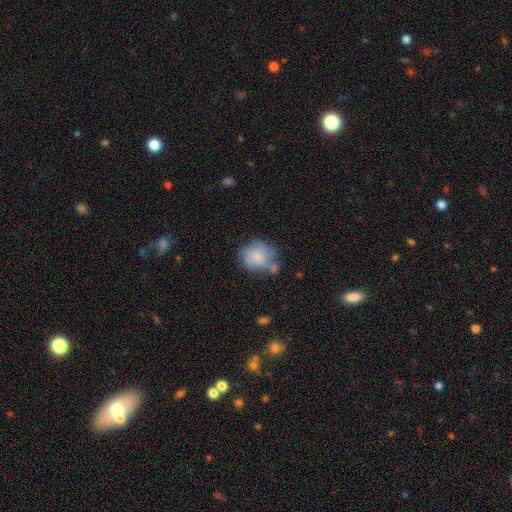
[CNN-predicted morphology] This is likely a smooth galaxy (69%). How rounded: likely round (66%). Merging: marginally none (43%).